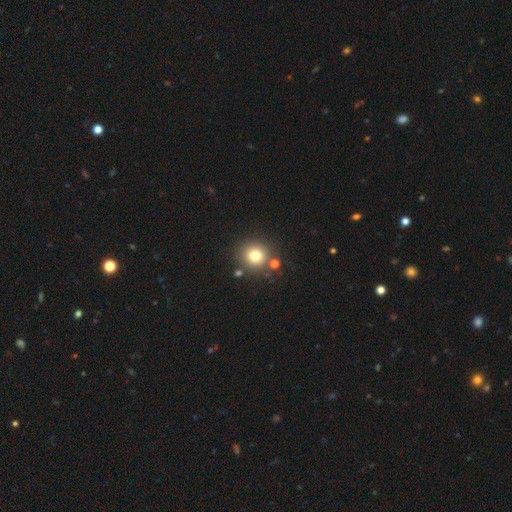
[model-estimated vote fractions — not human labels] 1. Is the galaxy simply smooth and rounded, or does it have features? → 79% smooth, 13% star or artifact, 9% featured or disk.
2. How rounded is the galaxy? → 91% round, 8% in between, 1% cigar-shaped.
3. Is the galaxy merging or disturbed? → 80% none, 9% minor disturbance, 8% merger, 3% major disturbance.